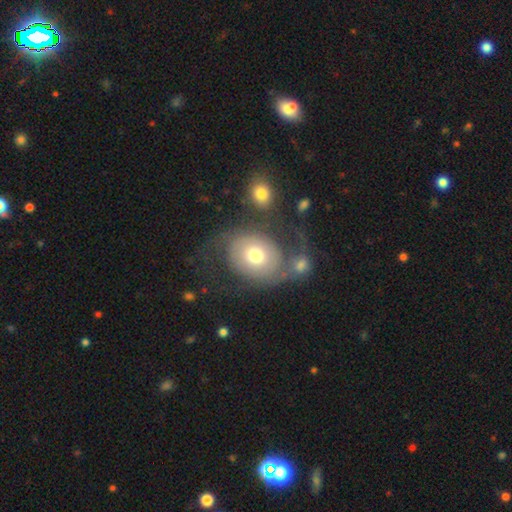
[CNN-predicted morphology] smooth-or-featured: featured or disk: 55% | smooth: 37% | star or artifact: 8%
  disk-edge-on: no: 97% | yes: 3%
    bar: no: 82% | weak: 14% | strong: 4%
    has-spiral-arms: yes: 72% | no: 28%
    bulge-size: moderate: 71% | small: 13% | large: 13% | dominant: 2% | none: 1%
  merging: none: 43% | major disturbance: 22% | merger: 18% | minor disturbance: 17%